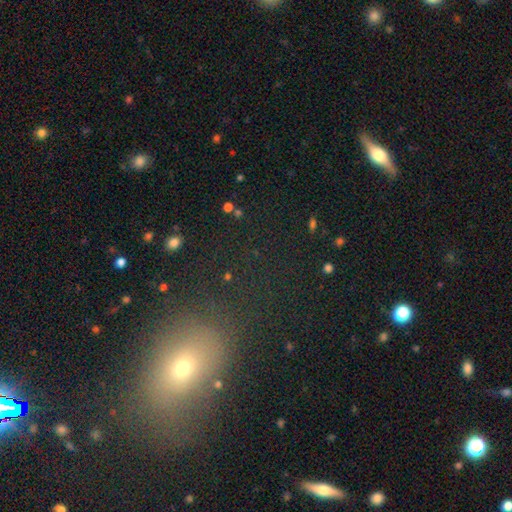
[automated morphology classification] smooth_or_featured: smooth (p=0.48) [alt: star or artifact p=0.35]
merging: none (p=0.71) [alt: minor disturbance p=0.13]